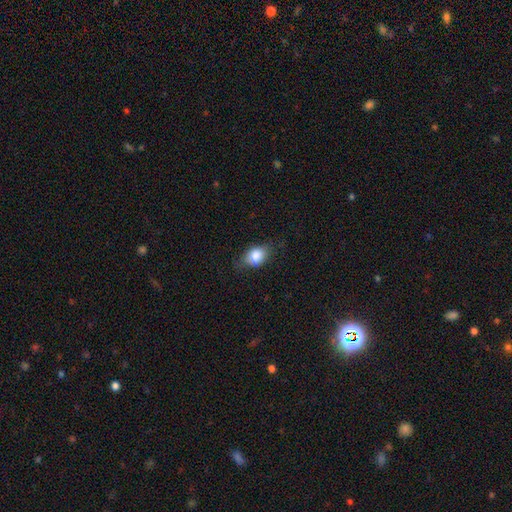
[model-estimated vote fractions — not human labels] Q: Smooth or featured?
A: smooth (83%); runner-up: featured or disk (9%)
Q: How rounded?
A: in between (76%); runner-up: round (22%)
Q: Merging?
A: none (70%); runner-up: minor disturbance (23%)